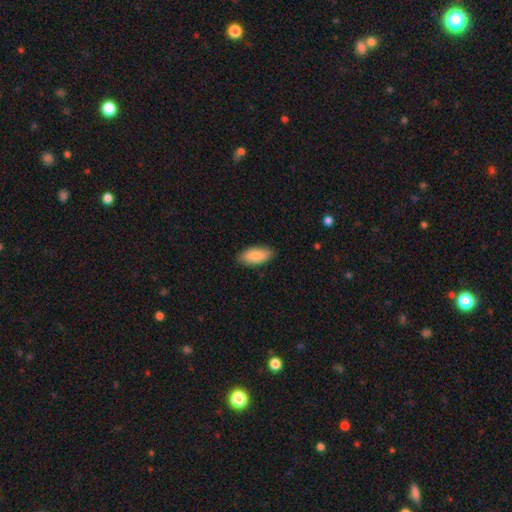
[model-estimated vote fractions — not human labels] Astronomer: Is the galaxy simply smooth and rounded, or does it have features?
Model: smooth — 85%.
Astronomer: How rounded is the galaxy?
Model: in between — 92%.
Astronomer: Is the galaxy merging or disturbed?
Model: none — 86%.